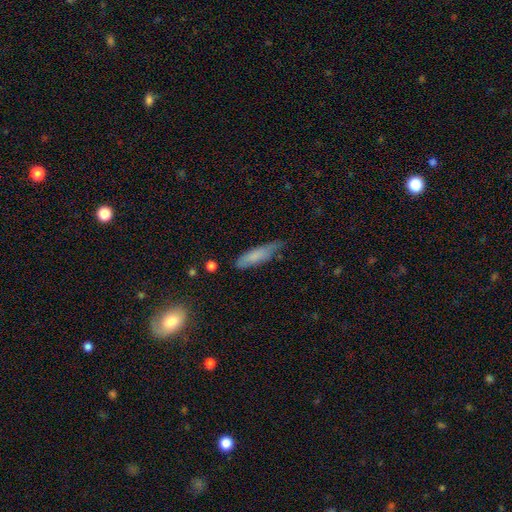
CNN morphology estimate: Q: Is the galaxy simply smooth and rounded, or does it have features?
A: smooth — 75%.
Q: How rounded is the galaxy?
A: cigar-shaped — 66%.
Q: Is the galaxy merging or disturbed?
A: none — 54%.